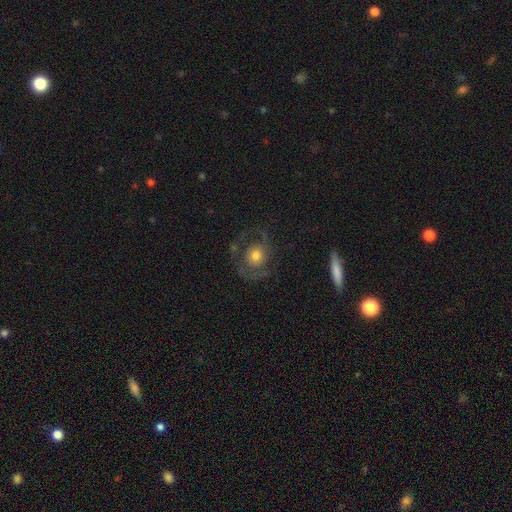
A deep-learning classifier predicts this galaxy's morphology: A featured or disk galaxy (58%) with no bar (84%), spiral arms (66%) and a moderate central bulge (63%).

Vote fractions:
- Smooth or featured? featured or disk: 58% / smooth: 34% / star or artifact: 8%
- Edge-on disk? no: 97% / yes: 3%
- Bar? no: 84% / weak: 13% / strong: 3%
- Spiral arms? yes: 66% / no: 34%
- Bulge size? moderate: 63% / small: 17% / large: 16% / dominant: 2% / none: 2%
- Merging? none: 63% / major disturbance: 19% / minor disturbance: 16% / merger: 2%